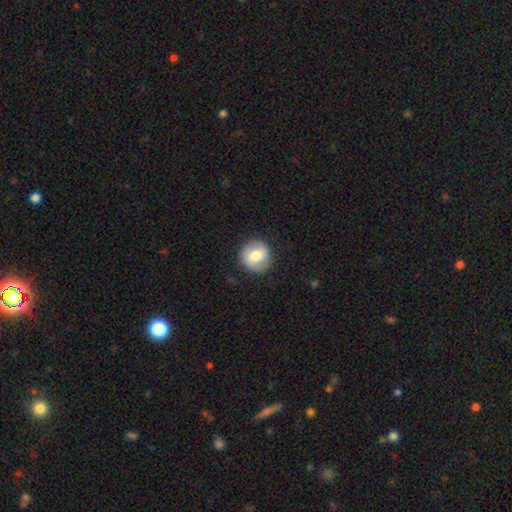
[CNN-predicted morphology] Smooth or featured?
  - smooth: 63% *
  - featured or disk: 30%
  - star or artifact: 7%
How rounded?
  - round: 91% *
  - in between: 8%
  - cigar-shaped: 1%
Merging?
  - none: 87% *
  - minor disturbance: 9%
  - major disturbance: 3%
  - merger: 1%